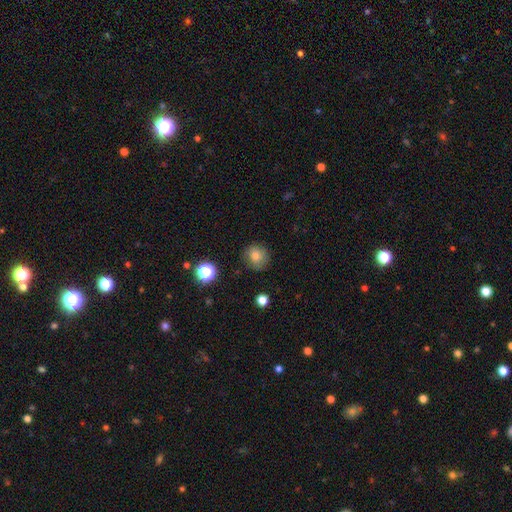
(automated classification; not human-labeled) Morphology: type=smooth (78%); roundness=round (88%); merging=none (81%).